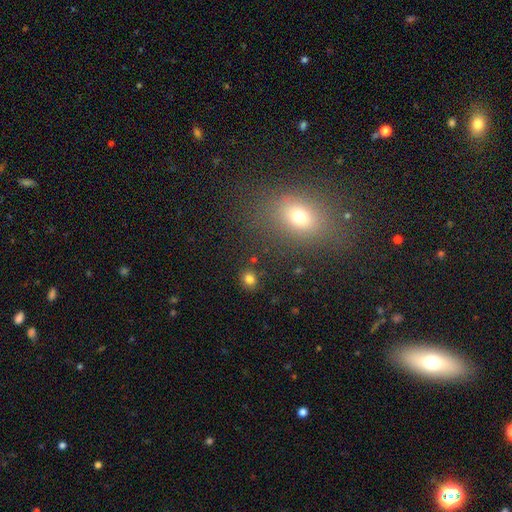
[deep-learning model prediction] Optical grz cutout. It shows a smooth galaxy with no disk features (62%) that is in between round and cigar-shaped (62%). Merging: none (84%).